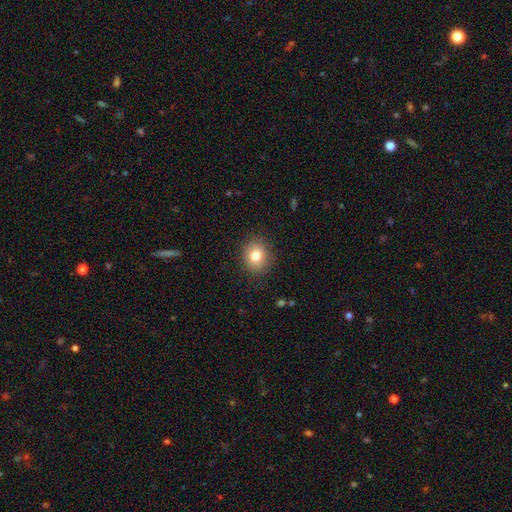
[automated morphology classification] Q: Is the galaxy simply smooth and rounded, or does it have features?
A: smooth — 80%.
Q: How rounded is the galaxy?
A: round — 73%.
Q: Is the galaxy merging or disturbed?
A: none — 88%.